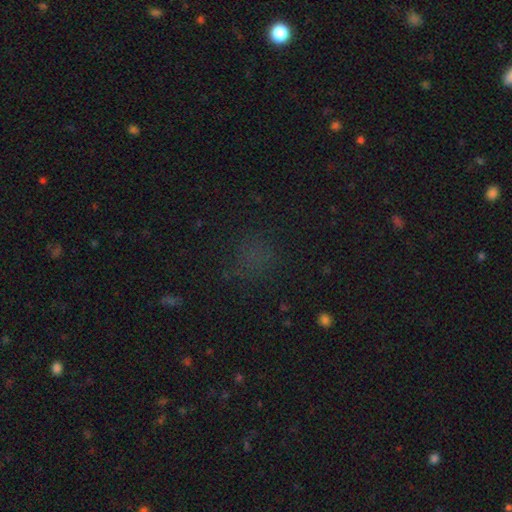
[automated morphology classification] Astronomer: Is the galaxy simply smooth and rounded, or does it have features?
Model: star or artifact — 47% (runner-up: smooth, 43%).